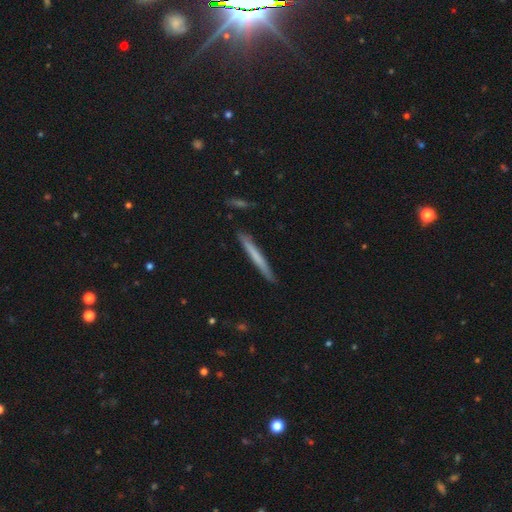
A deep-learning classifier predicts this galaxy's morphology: Smooth or featured? smooth (60%)
How rounded? cigar-shaped (97%)
Merging? none (89%)